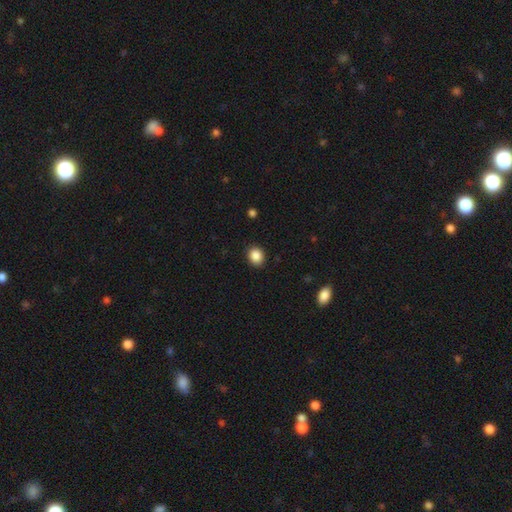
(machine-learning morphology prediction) Smooth or featured: smooth — 88% (star or artifact — 9%)
How rounded: round — 71% (in between — 28%)
Merging: none — 90% (minor disturbance — 7%)